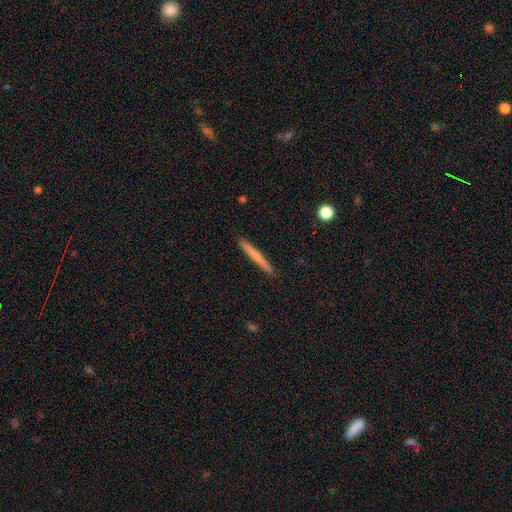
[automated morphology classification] Smooth or featured? Predicted: smooth (p=0.67). How rounded? Predicted: cigar-shaped (p=0.97). Merging? Predicted: none (p=0.91).